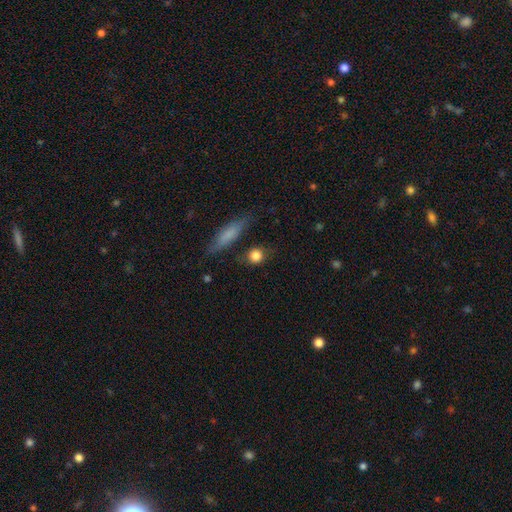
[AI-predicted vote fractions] Smooth or featured? Predicted: smooth (p=0.83). How rounded? Predicted: round (p=0.77). Merging? Predicted: none (p=0.76).